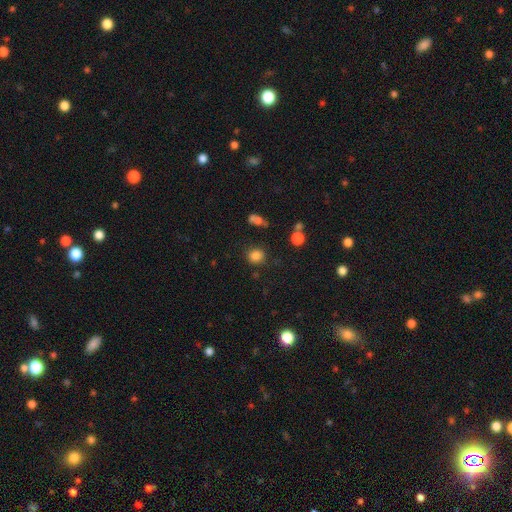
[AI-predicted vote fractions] Q: Smooth or featured?
A: smooth (83%); runner-up: star or artifact (13%)
Q: How rounded?
A: round (82%); runner-up: in between (17%)
Q: Merging?
A: none (82%); runner-up: minor disturbance (10%)